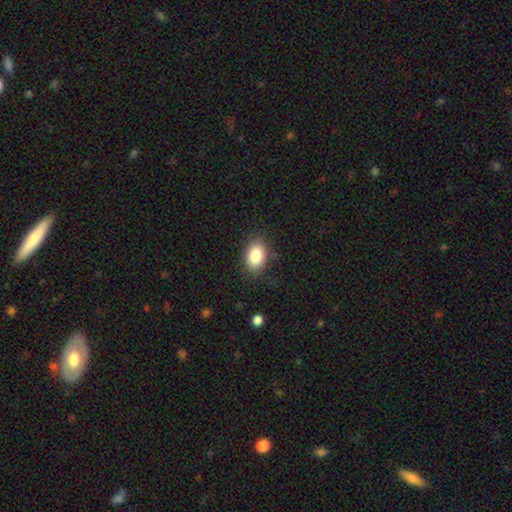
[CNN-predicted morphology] Smooth or featured: smooth — 85% (star or artifact — 8%)
How rounded: in between — 81% (round — 17%)
Merging: none — 84% (minor disturbance — 11%)